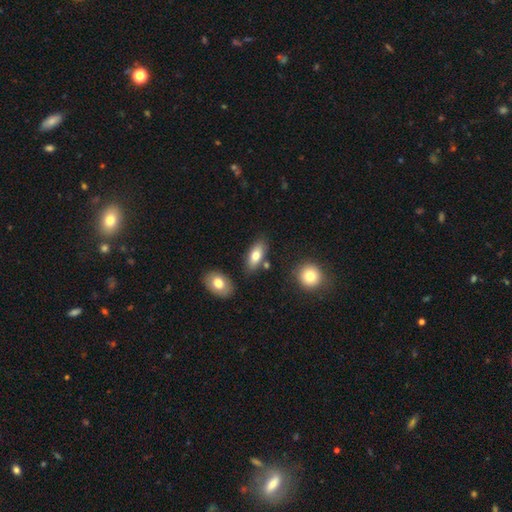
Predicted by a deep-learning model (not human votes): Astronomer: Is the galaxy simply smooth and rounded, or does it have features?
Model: smooth — 75%.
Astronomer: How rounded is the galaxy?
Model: in between — 86%.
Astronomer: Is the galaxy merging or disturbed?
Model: none — 77%.